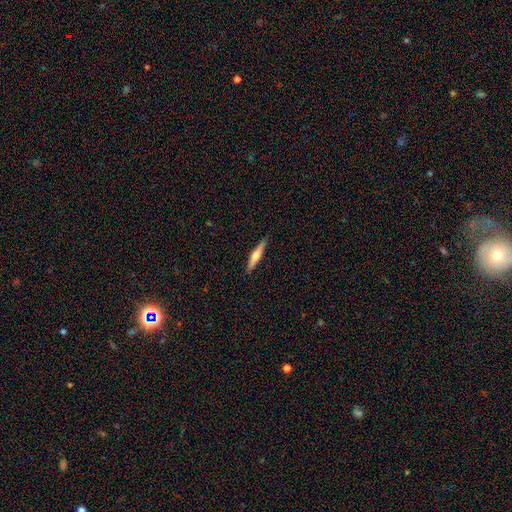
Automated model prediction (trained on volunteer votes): Morphology: type=featured or disk (53%); edge-on=yes (96%); edge-on bulge=rounded (87%); merging=none (90%).